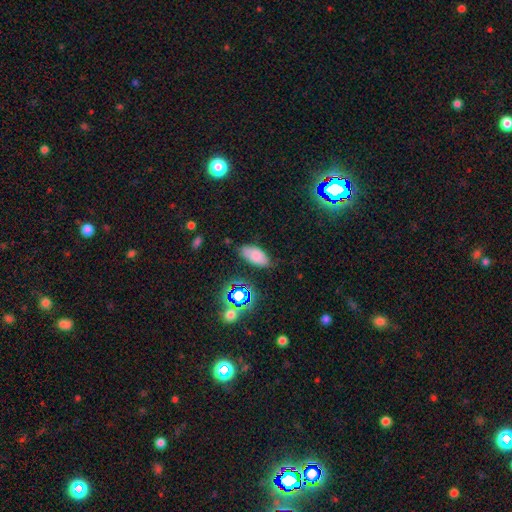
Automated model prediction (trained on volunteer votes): This is likely a smooth galaxy (72%). How rounded: clearly in between (91%). Merging: likely none (72%).